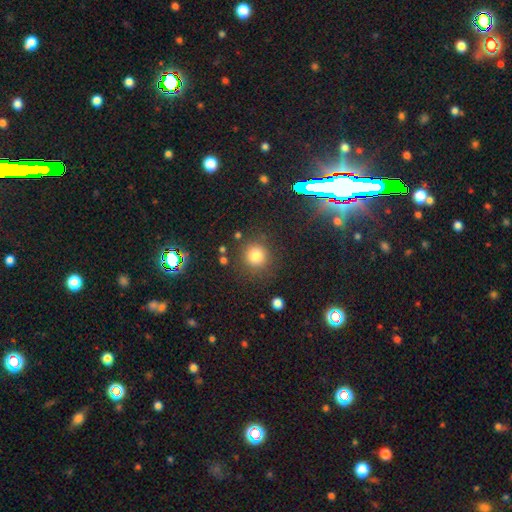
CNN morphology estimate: Overall: smooth (78%). How rounded: round (92%). Merging: none (85%).